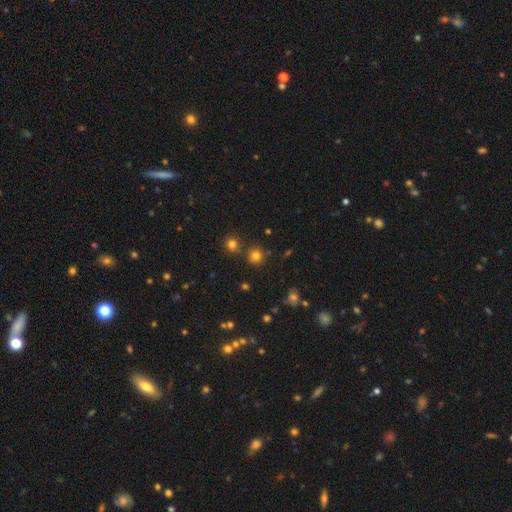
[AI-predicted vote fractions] Smooth or featured: smooth — 75% (star or artifact — 19%)
How rounded: round — 91% (in between — 8%)
Merging: none — 79% (merger — 11%)